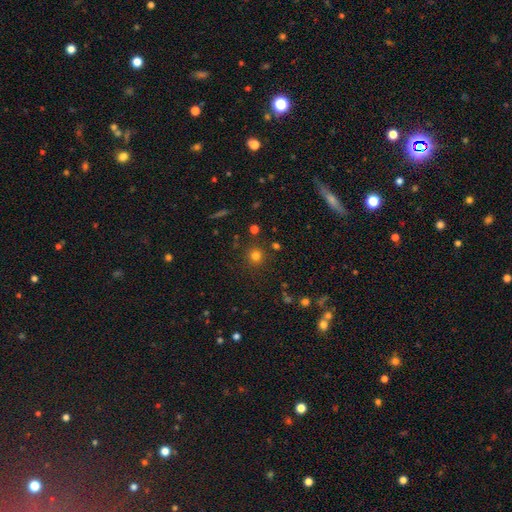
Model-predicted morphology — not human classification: The model was most divided on "smooth or featured": smooth: 76%, star or artifact: 18%, featured or disk: 7%. More confident: how rounded — round (94%); merging — none (87%).